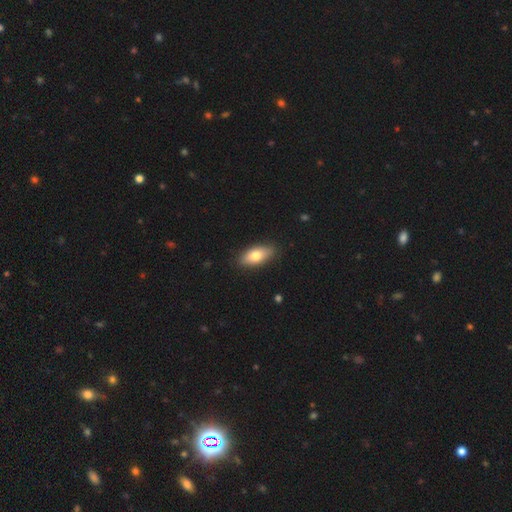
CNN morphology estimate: The model was most divided on "smooth or featured": smooth: 75%, featured or disk: 19%, star or artifact: 6%. More confident: merging — none (87%); how rounded — in between (85%).